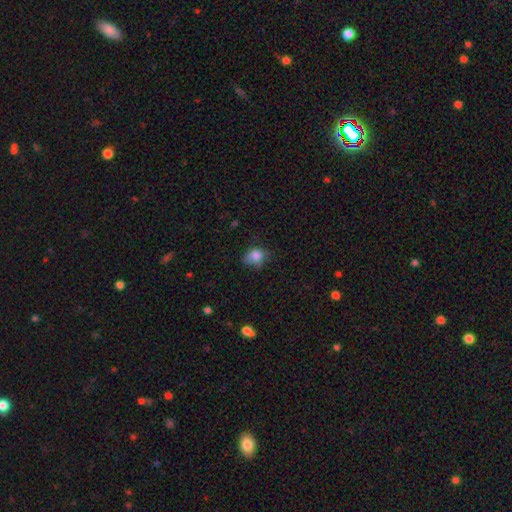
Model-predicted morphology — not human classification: type=smooth (81%); roundness=round (57%); merging=none (51%).